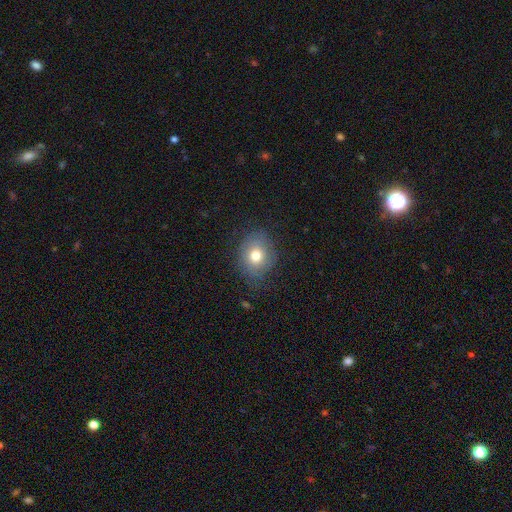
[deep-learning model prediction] Overall: smooth (75%). How rounded: round (59%; in between 40%). Merging: none (74%).